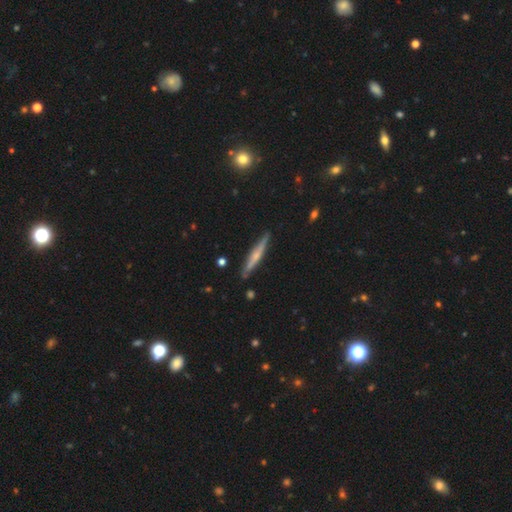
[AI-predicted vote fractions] Overall: featured or disk (57%; smooth 37%). Edge-on disk: yes (96%). Edge-on bulge: rounded (56%; none 33%). Merging: none (87%).